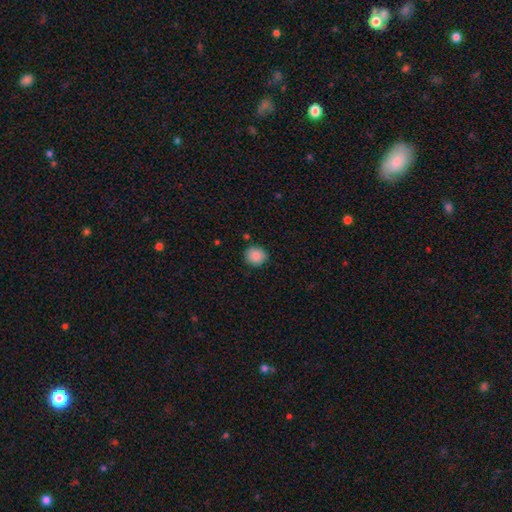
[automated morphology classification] Overall: smooth (87%). How rounded: round (84%). Merging: none (85%).